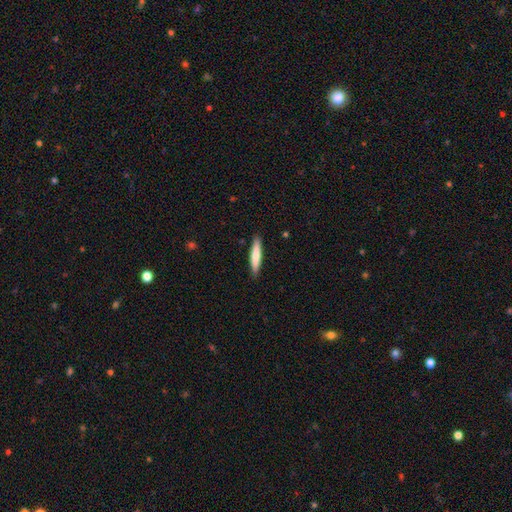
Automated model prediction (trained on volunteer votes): This appears to be a smooth galaxy with no disk features (73%) that is cigar-shaped (90%). Merging: none (90%).